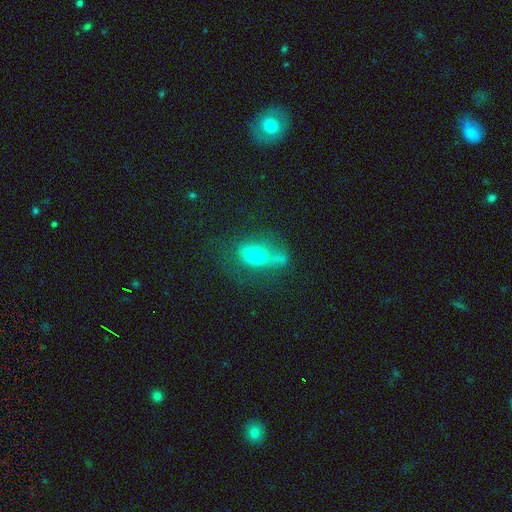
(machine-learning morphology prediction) Overall: smooth (59%; featured or disk 28%). How rounded: in between (78%). Merging: none (34%; major disturbance 27%).